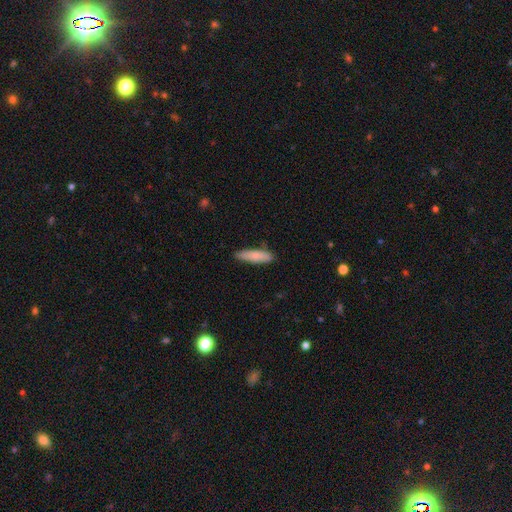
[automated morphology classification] Q: Smooth or featured?
A: smooth (80%); runner-up: featured or disk (14%)
Q: How rounded?
A: cigar-shaped (69%); runner-up: in between (29%)
Q: Merging?
A: none (79%); runner-up: minor disturbance (17%)